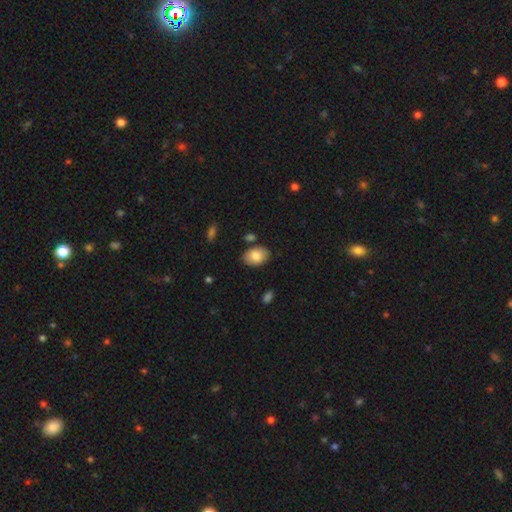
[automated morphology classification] Q: Smooth or featured?
A: smooth (83%); runner-up: featured or disk (10%)
Q: How rounded?
A: in between (86%); runner-up: round (13%)
Q: Merging?
A: none (81%); runner-up: minor disturbance (12%)